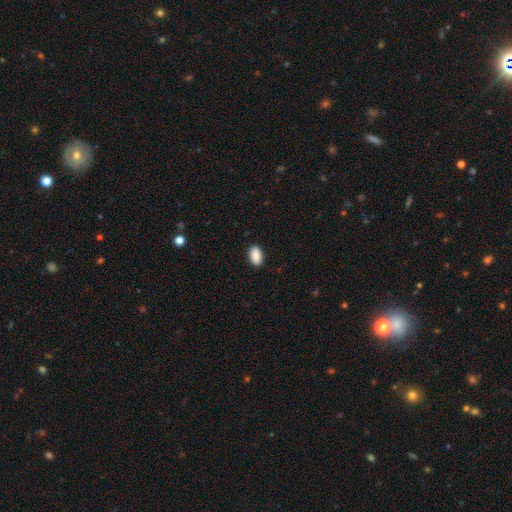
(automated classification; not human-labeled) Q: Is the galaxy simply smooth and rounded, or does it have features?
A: smooth — 90%.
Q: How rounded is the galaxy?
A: in between — 93%.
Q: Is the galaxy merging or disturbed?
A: none — 89%.